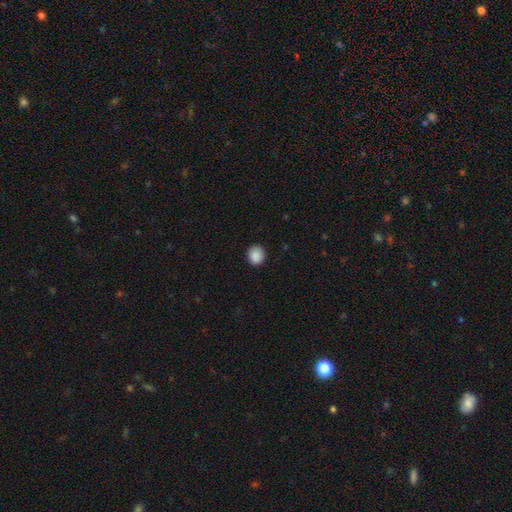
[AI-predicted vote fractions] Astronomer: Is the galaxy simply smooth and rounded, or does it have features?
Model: smooth — 89%.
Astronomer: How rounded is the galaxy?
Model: round — 79%.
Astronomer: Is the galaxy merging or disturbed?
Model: none — 88%.